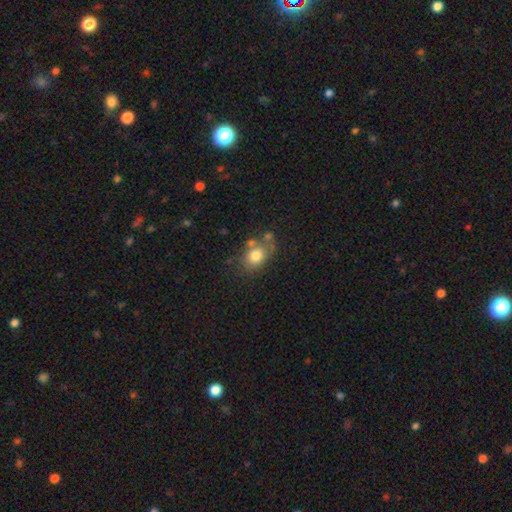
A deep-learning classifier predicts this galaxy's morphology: A smooth galaxy with no disk features (75%) that is in between round and cigar-shaped (59%). Merging: none (54%).